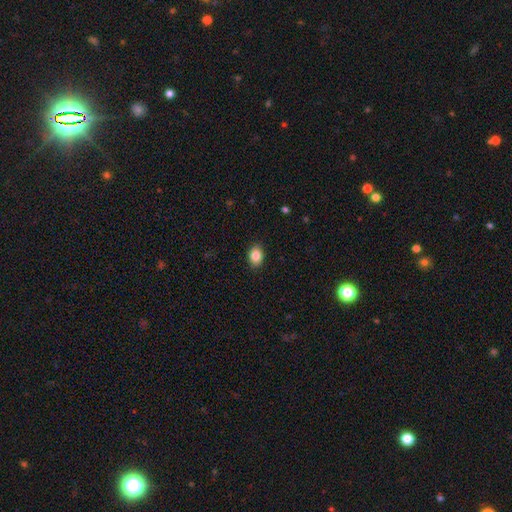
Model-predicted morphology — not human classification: A smooth galaxy with no disk features (86%) that is in between round and cigar-shaped (73%). Merging: none (89%).